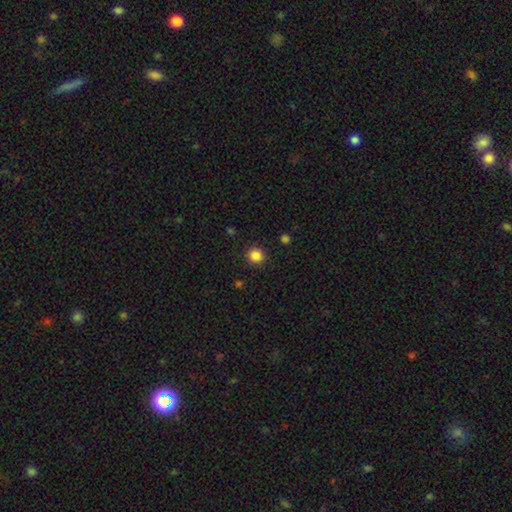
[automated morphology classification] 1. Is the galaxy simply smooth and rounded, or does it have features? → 86% smooth, 11% star or artifact, 3% featured or disk.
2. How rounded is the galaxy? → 91% round, 8% in between, 1% cigar-shaped.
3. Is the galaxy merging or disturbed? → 91% none, 5% minor disturbance, 2% major disturbance, 1% merger.